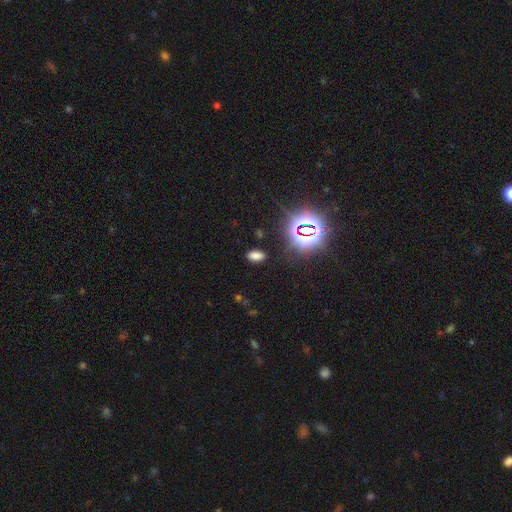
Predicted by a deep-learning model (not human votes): This appears to be a smooth galaxy with no disk features (66%) that is in between round and cigar-shaped (91%). Merging: none (86%).